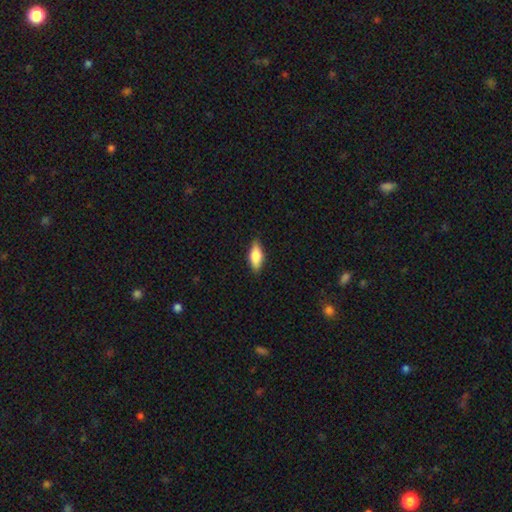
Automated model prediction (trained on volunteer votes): Smooth or featured? Predicted: smooth (p=0.73). How rounded? Predicted: in between (p=0.73). Merging? Predicted: none (p=0.87).